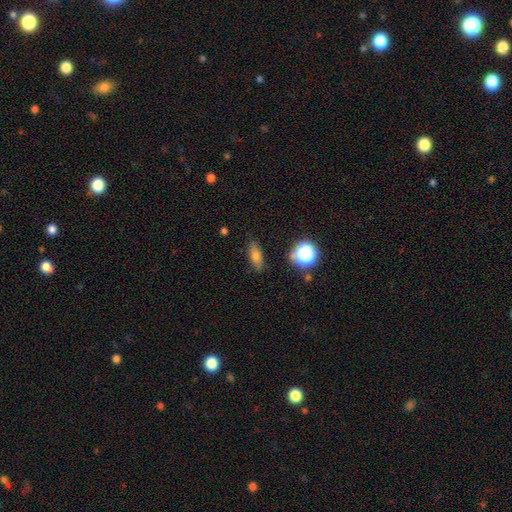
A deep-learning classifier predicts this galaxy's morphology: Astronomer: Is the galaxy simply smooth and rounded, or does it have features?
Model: smooth — 71%.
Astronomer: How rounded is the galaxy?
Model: in between — 70%.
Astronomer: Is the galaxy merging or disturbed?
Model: none — 83%.